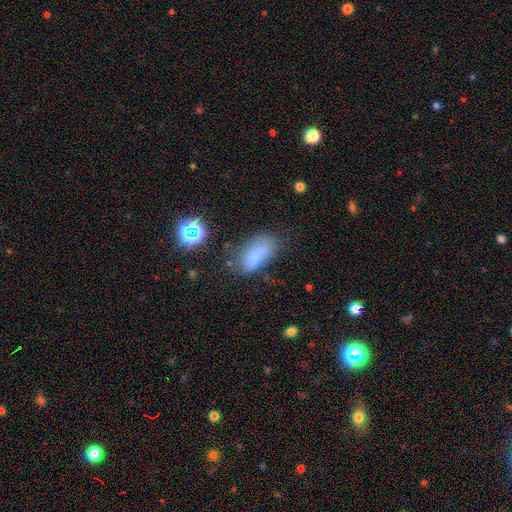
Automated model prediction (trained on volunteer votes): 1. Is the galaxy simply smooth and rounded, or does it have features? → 72% smooth, 15% featured or disk, 14% star or artifact.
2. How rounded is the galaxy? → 89% in between, 6% cigar-shaped, 5% round.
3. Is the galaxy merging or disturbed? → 51% none, 29% minor disturbance, 13% major disturbance, 6% merger.